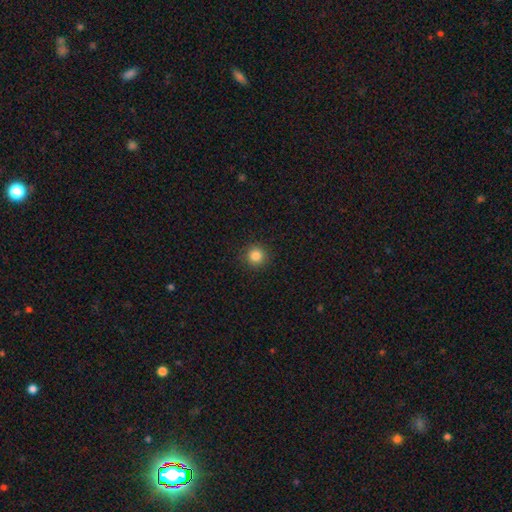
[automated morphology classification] smooth_or_featured: smooth (p=0.84) [alt: star or artifact p=0.11]
how_rounded: round (p=0.95) [alt: in between p=0.04]
merging: none (p=0.92) [alt: minor disturbance p=0.05]